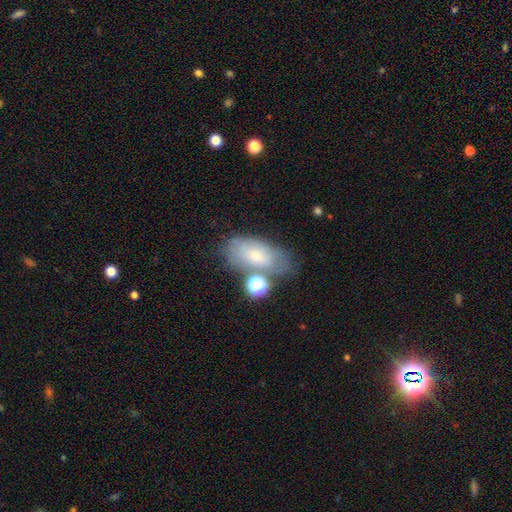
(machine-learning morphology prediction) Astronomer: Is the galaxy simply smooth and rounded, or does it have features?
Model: smooth — 60%.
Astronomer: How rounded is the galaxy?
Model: in between — 87%.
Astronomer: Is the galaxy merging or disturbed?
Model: none — 51%.